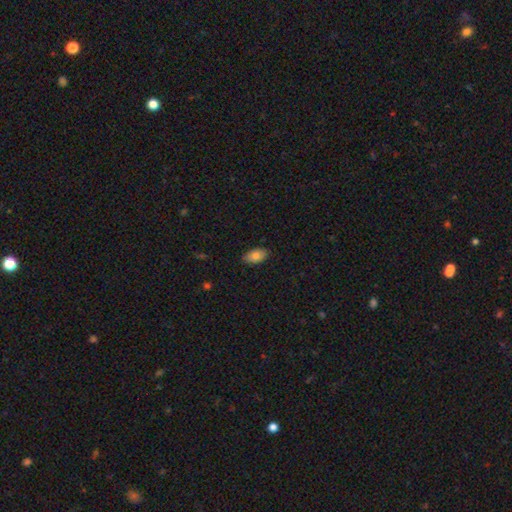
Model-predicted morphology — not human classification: Smooth or featured? smooth (81%)
How rounded? in between (93%)
Merging? none (84%)